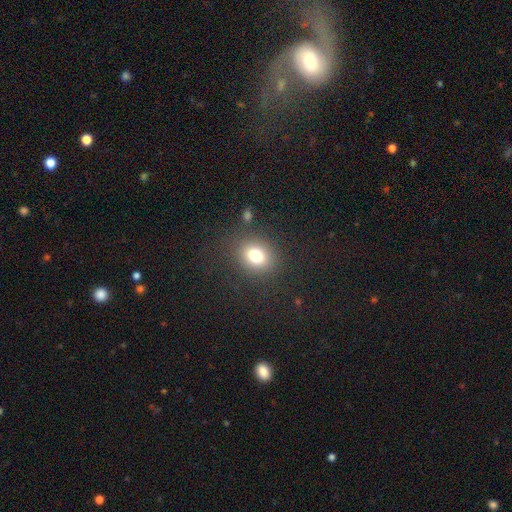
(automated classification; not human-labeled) Smooth or featured? smooth (77%)
How rounded? round (58%)
Merging? none (83%)